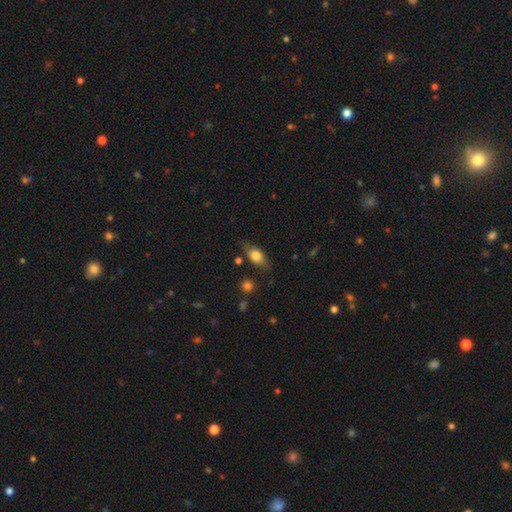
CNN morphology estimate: A smooth galaxy with no disk features (74%) that is in between round and cigar-shaped (79%). Merging: none (72%).